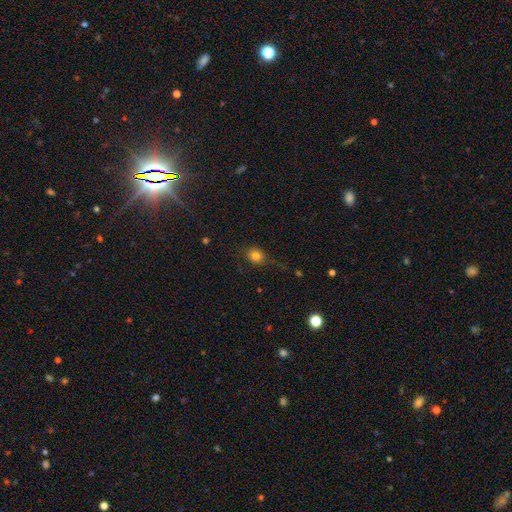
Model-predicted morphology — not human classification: Smooth or featured: smooth — 80% (star or artifact — 12%)
How rounded: round — 66% (in between — 32%)
Merging: none — 70% (minor disturbance — 19%)